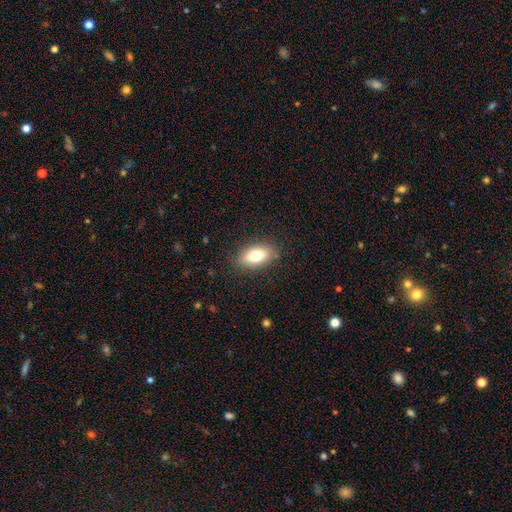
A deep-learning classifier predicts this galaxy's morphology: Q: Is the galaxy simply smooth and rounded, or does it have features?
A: smooth — 79%.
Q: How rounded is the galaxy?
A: in between — 87%.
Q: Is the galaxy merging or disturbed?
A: none — 85%.